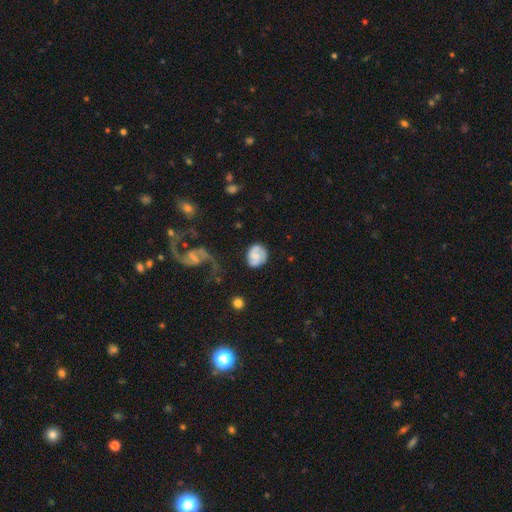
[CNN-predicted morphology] This is possibly a featured or disk galaxy (55%). It is clearly not viewed edge-on (97%). Bar: possibly no (49%). Spiral arm pattern: clearly yes (85%). Central bulge: marginally small (39%). Merging: likely none (64%).